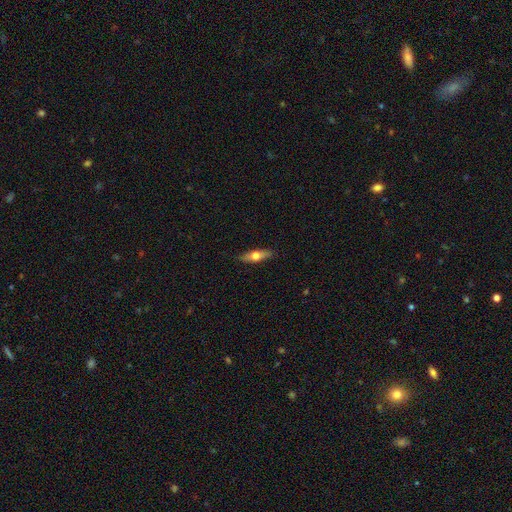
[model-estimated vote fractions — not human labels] A smooth galaxy with no disk features (54%) that is cigar-shaped (53%). Merging: none (87%).